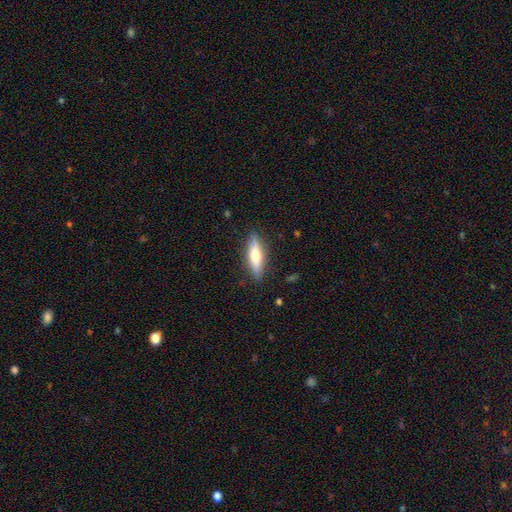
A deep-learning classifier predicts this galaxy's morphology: A smooth galaxy with no disk features (49%). Merging: none (87%).